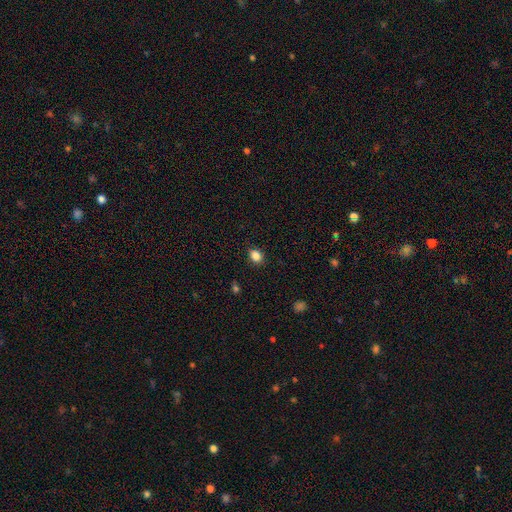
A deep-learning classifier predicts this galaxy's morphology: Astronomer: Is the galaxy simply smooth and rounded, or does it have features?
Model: smooth — 84%.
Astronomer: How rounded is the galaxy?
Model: in between — 59% (runner-up: round, 40%).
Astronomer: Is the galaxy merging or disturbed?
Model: none — 86%.